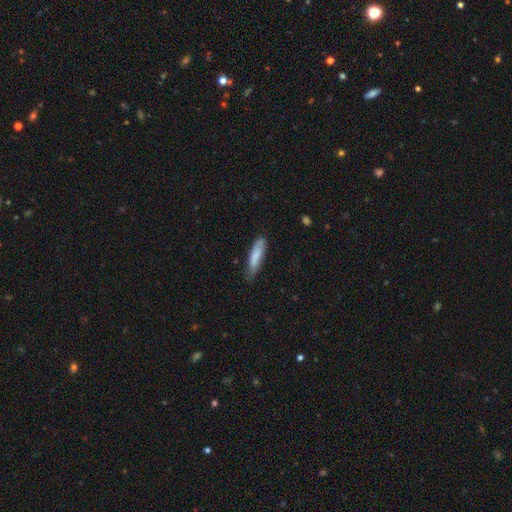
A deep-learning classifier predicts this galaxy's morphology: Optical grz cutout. It shows a smooth galaxy with no disk features (79%) that is cigar-shaped (75%). Merging: none (63%).